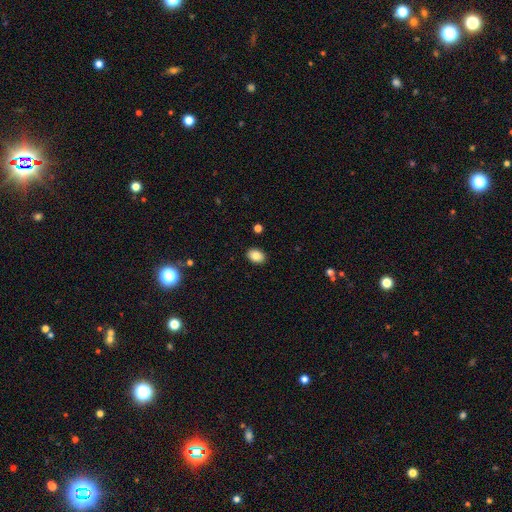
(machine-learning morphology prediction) Smooth or featured: smooth — 83% (featured or disk — 9%)
How rounded: in between — 76% (round — 23%)
Merging: none — 90% (minor disturbance — 7%)